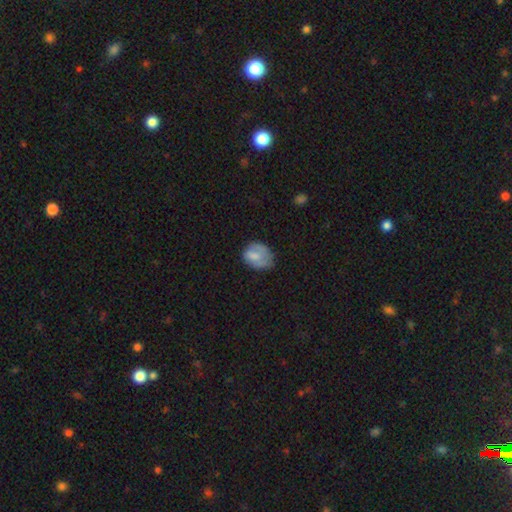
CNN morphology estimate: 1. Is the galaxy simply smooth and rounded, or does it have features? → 69% smooth, 23% featured or disk, 8% star or artifact.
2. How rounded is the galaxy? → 53% in between, 46% round, 1% cigar-shaped.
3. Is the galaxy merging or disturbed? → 46% none, 35% minor disturbance, 17% major disturbance, 2% merger.